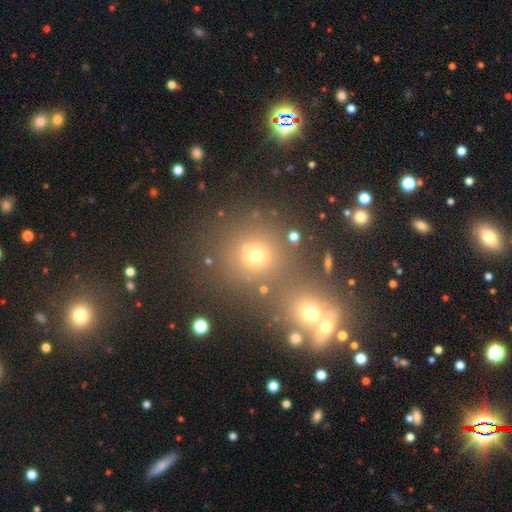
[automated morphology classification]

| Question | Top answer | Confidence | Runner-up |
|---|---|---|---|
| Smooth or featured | smooth | 53% | star or artifact (36%) |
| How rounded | round | 88% | in between (11%) |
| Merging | none | 67% | merger (21%) |